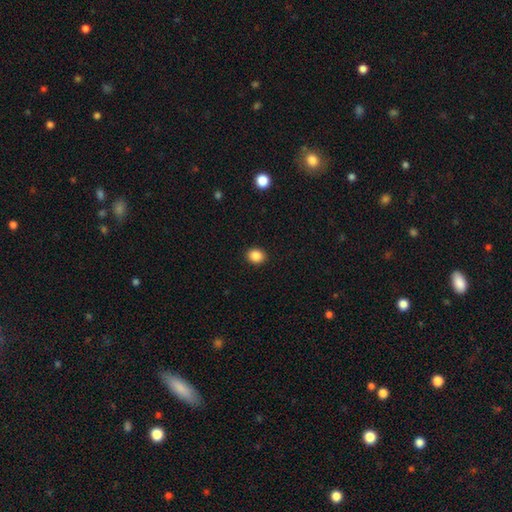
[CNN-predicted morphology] Overall: smooth (87%). How rounded: round (66%; in between 34%). Merging: none (91%).